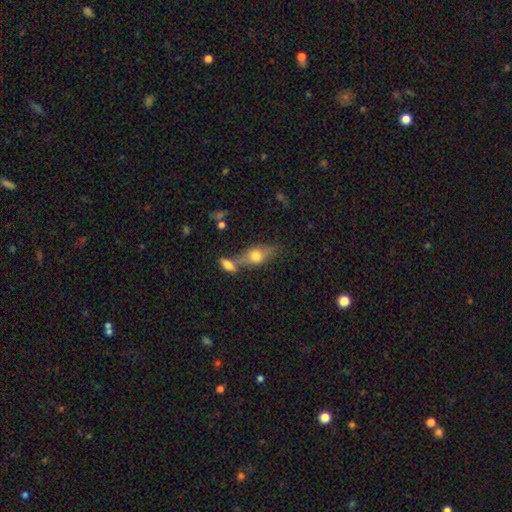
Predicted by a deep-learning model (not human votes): This is possibly a smooth galaxy (57%). How rounded: likely in between (72%). Merging: possibly none (49%).